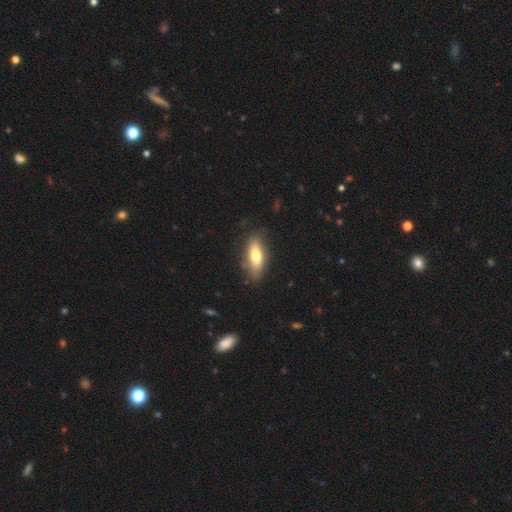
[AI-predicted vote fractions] smooth 68%, featured or disk 25%, star or artifact 7%. Down the decision tree: how rounded — in between (68%); merging — none (77%).